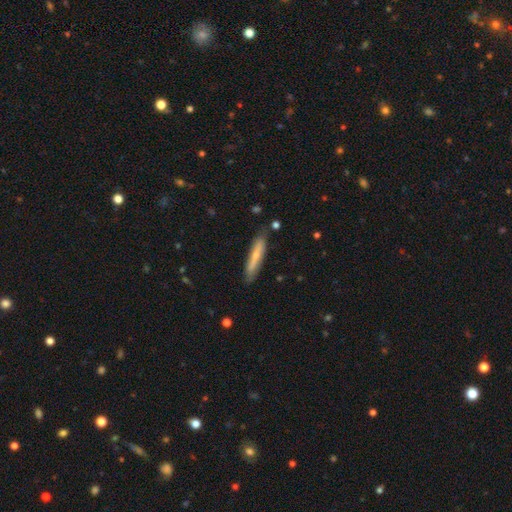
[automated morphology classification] Smooth or featured? smooth (59%)
How rounded? cigar-shaped (89%)
Merging? none (81%)